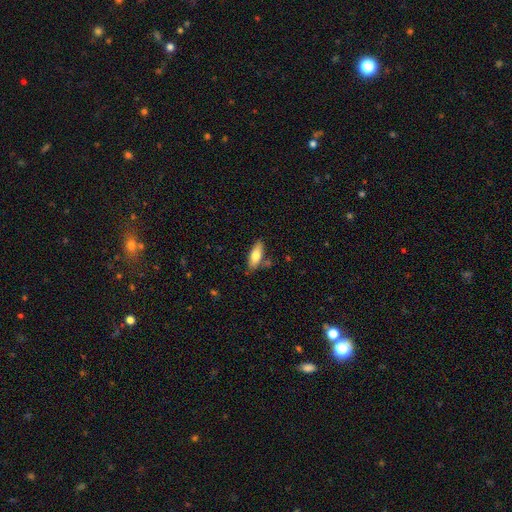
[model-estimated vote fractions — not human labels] smooth_or_featured: smooth (p=0.73) [alt: featured or disk p=0.20]
how_rounded: in between (p=0.69) [alt: cigar-shaped p=0.29]
merging: none (p=0.77) [alt: minor disturbance p=0.15]